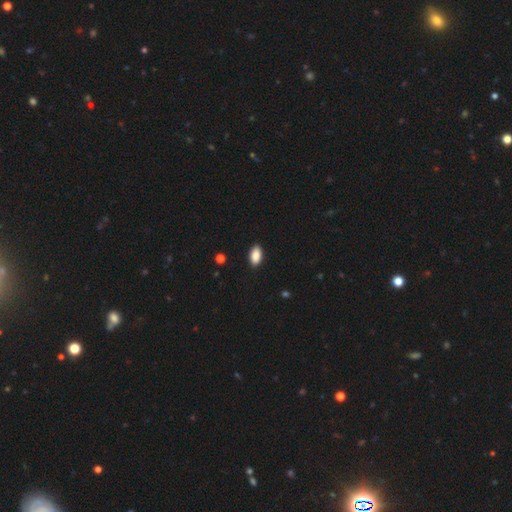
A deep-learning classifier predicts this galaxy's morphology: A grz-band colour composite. It shows a smooth galaxy with no disk features (89%) that is in between round and cigar-shaped (93%). Merging: none (90%).